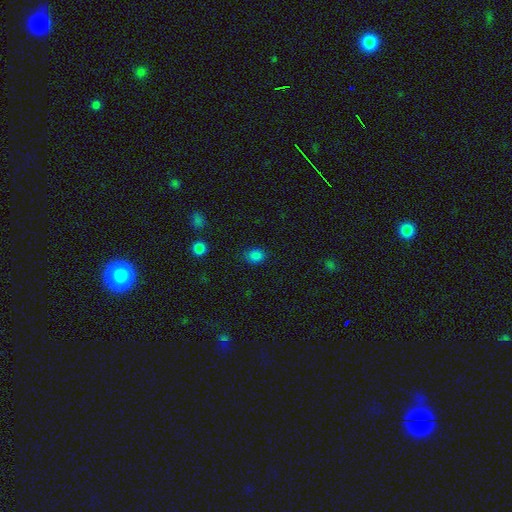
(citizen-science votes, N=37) Smooth or featured?
  - smooth: 89% *
  - featured or disk: 5%
  - star or artifact: 5%
How rounded?
  - in between: 61% *
  - round: 39%
  - cigar-shaped: 0%
Merging?
  - none: 97% *
  - minor disturbance: 3%
  - major disturbance: 0%
  - merger: 0%